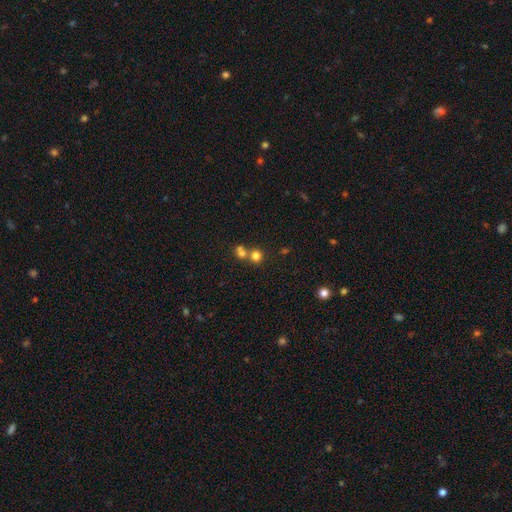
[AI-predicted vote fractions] This is likely a smooth galaxy (76%). How rounded: clearly round (87%). Merging: possibly none (46%).